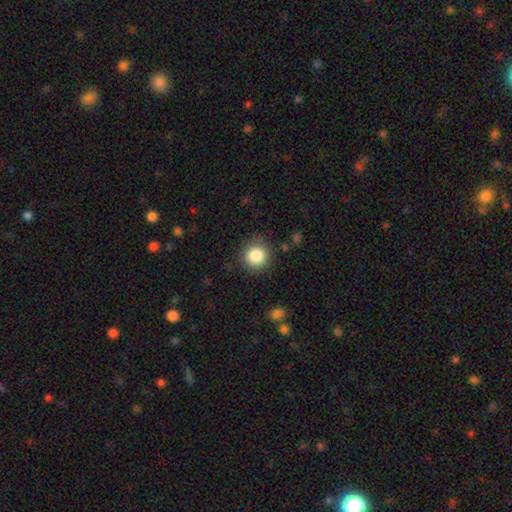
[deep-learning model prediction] The model was most divided on "smooth or featured": smooth: 85%, star or artifact: 10%, featured or disk: 5%. More confident: how rounded — round (93%); merging — none (86%).